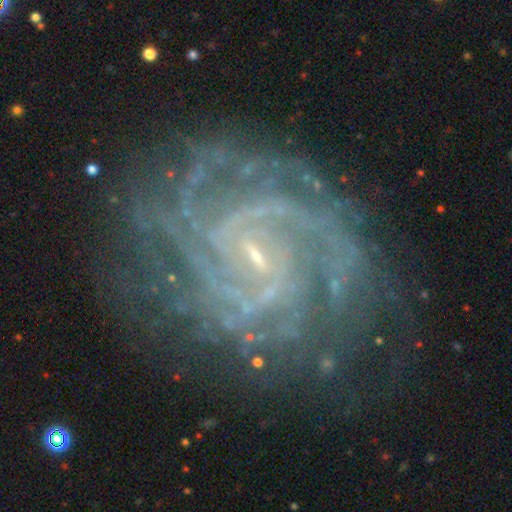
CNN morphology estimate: type=featured or disk (90%); edge-on=no (98%); bar=no (43%); spiral arms=yes (98%); winding=tight (64%); arm count=2 (27%); bulge=small (87%); merging=none (76%).